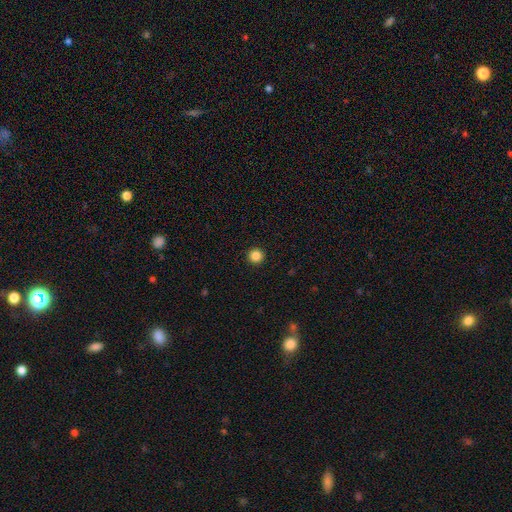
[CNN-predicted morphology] Smooth or featured? smooth (85%)
How rounded? round (96%)
Merging? none (94%)